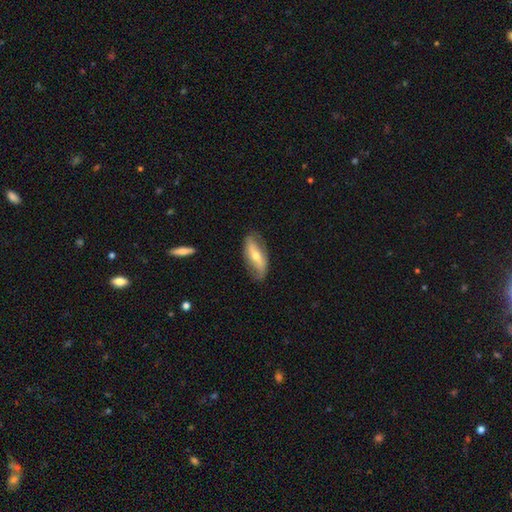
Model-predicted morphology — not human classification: Smooth or featured?
  - featured or disk: 60% *
  - smooth: 34%
  - star or artifact: 6%
Edge-on disk?
  - no: 73% *
  - yes: 27%
Merging?
  - none: 74% *
  - minor disturbance: 19%
  - major disturbance: 5%
  - merger: 1%